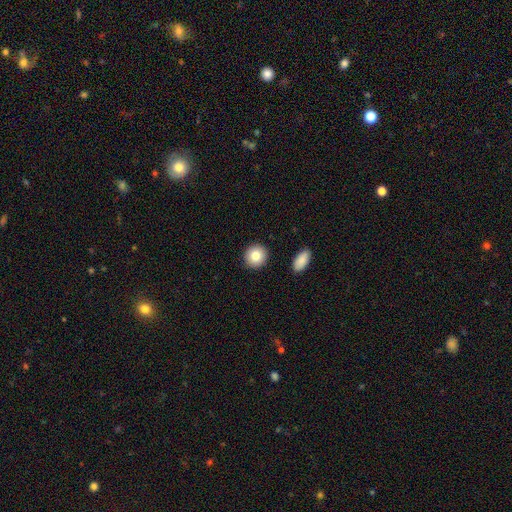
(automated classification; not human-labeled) Q: Smooth or featured?
A: smooth (82%); runner-up: featured or disk (10%)
Q: How rounded?
A: round (90%); runner-up: in between (9%)
Q: Merging?
A: none (90%); runner-up: minor disturbance (6%)